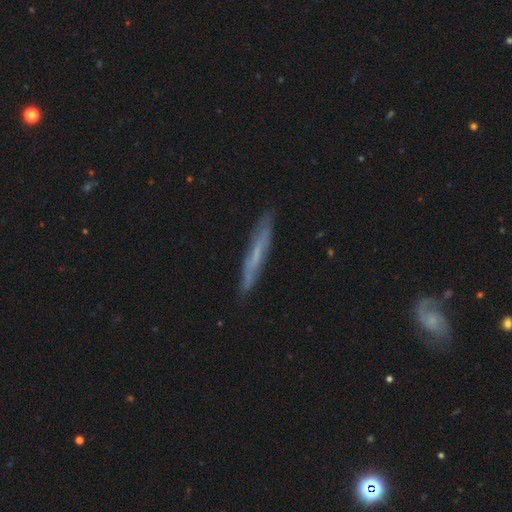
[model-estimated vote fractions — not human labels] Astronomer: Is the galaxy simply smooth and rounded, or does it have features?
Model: featured or disk — 49% (runner-up: smooth, 43%).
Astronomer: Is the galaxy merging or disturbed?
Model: none — 84%.